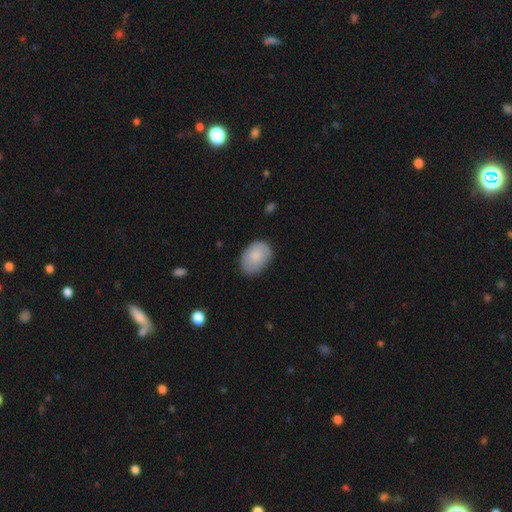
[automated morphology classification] Smooth or featured: smooth — 83% (featured or disk — 11%)
How rounded: in between — 84% (round — 15%)
Merging: none — 78% (minor disturbance — 18%)